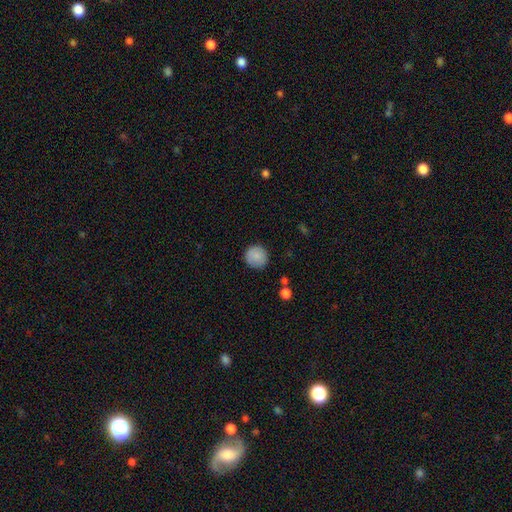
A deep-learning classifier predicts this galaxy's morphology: Smooth or featured? smooth (87%)
How rounded? round (94%)
Merging? none (88%)